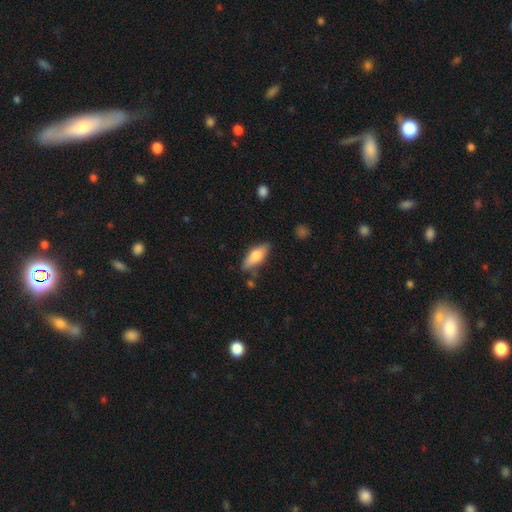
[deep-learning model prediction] The model was most divided on "smooth or featured": smooth: 66%, featured or disk: 27%, star or artifact: 6%. More confident: merging — none (79%); how rounded — in between (70%).